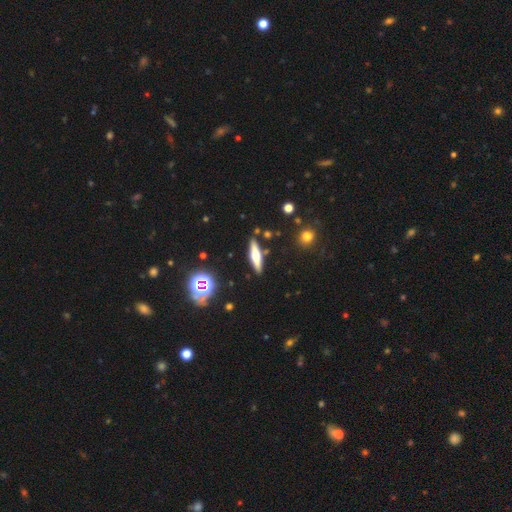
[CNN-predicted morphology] Smooth or featured: featured or disk — 49% (smooth — 42%)
Merging: none — 86% (minor disturbance — 9%)